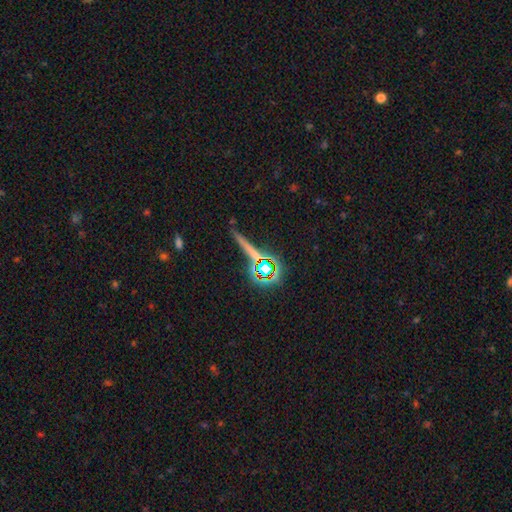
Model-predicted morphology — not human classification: Smooth or featured? Predicted: star or artifact (p=0.49).